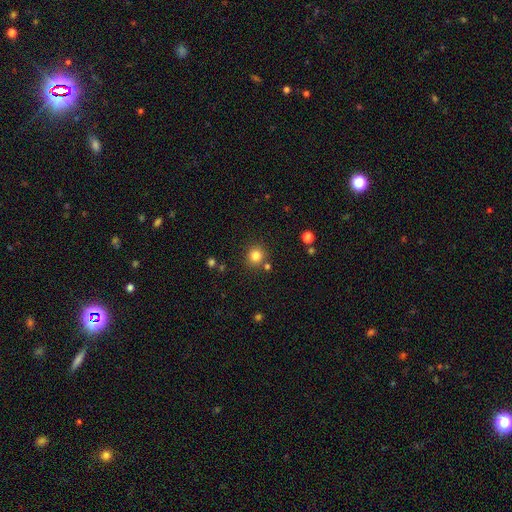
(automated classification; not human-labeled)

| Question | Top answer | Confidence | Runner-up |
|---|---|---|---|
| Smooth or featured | smooth | 82% | star or artifact (13%) |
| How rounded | round | 92% | in between (7%) |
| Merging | none | 84% | minor disturbance (7%) |